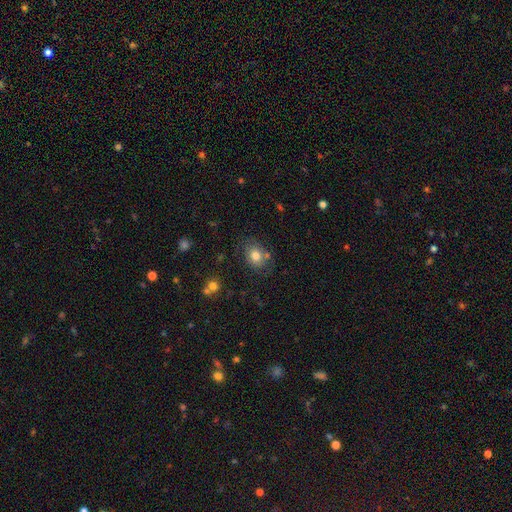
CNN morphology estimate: Smooth or featured: smooth — 70% (featured or disk — 19%)
How rounded: in between — 53% (round — 46%)
Merging: none — 66% (minor disturbance — 19%)